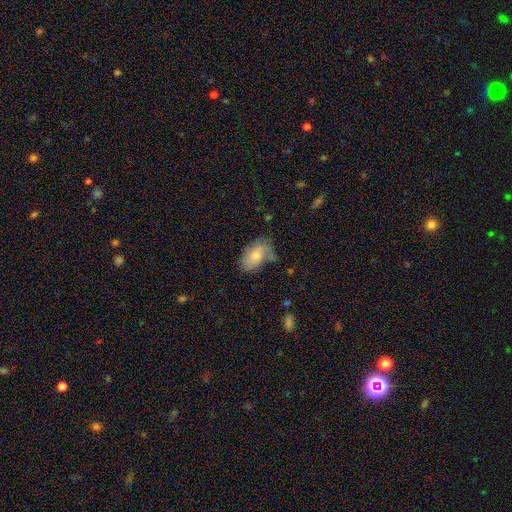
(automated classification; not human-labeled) Q: Smooth or featured?
A: smooth (71%); runner-up: featured or disk (21%)
Q: How rounded?
A: in between (92%); runner-up: round (6%)
Q: Merging?
A: none (44%); runner-up: minor disturbance (32%)